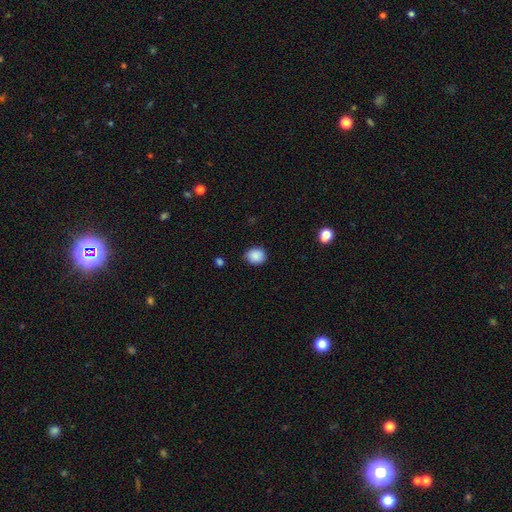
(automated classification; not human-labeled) Smooth or featured?
  - smooth: 88% *
  - star or artifact: 9%
  - featured or disk: 3%
How rounded?
  - round: 74% *
  - in between: 25%
  - cigar-shaped: 1%
Merging?
  - none: 83% *
  - minor disturbance: 14%
  - major disturbance: 2%
  - merger: 1%